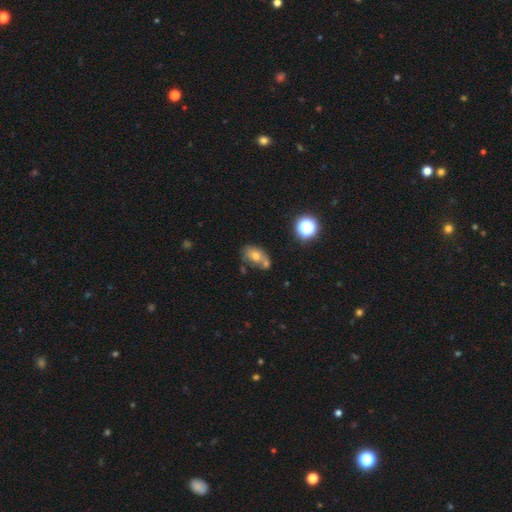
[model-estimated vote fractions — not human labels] Q: Smooth or featured?
A: smooth (62%); runner-up: featured or disk (25%)
Q: How rounded?
A: in between (79%); runner-up: round (19%)
Q: Merging?
A: none (38%); runner-up: merger (36%)